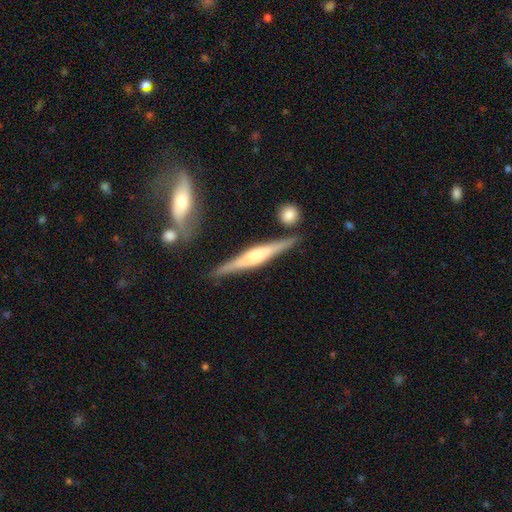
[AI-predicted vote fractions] Smooth or featured: featured or disk — 72% (smooth — 23%)
Edge-on disk: yes — 97% (no — 3%)
Edge-on bulge: rounded — 62% (boxy — 29%)
Merging: none — 82% (minor disturbance — 10%)